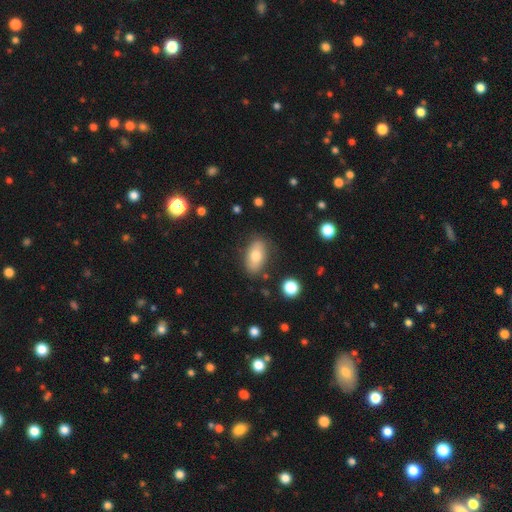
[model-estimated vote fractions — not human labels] Smooth or featured: smooth — 73% (featured or disk — 20%)
How rounded: in between — 89% (round — 6%)
Merging: none — 80% (minor disturbance — 14%)